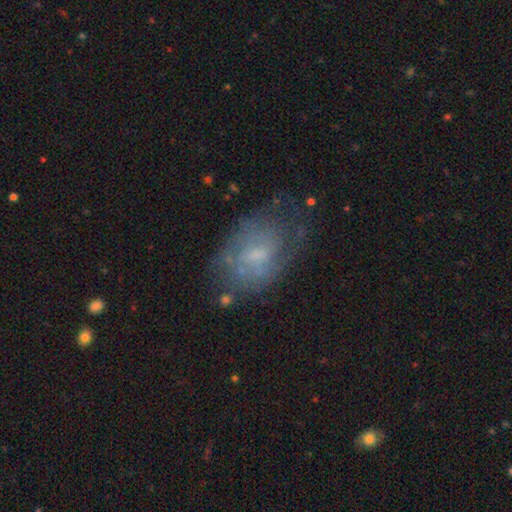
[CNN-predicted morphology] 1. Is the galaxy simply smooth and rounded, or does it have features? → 60% featured or disk, 30% smooth, 10% star or artifact.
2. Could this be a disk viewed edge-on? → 95% no, 5% yes.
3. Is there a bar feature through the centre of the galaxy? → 46% no (tied), 46% weak (tied), 8% strong.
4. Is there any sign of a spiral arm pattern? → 62% yes, 38% no.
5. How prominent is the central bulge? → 44% small, 32% moderate, 20% none, 3% large, 1% dominant.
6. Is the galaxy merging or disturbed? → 57% none, 24% minor disturbance, 16% major disturbance, 3% merger.